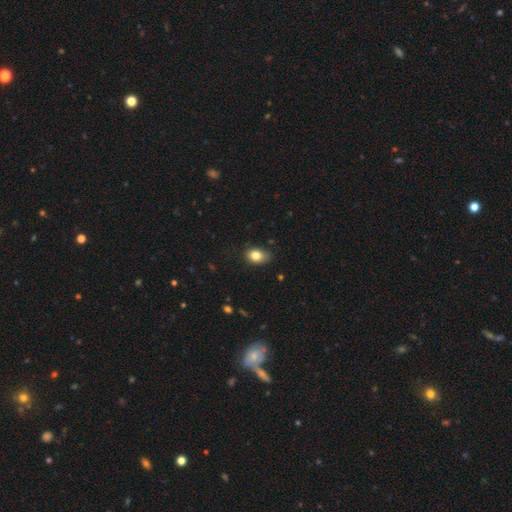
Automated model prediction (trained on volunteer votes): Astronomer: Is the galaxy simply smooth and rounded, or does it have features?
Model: smooth — 82%.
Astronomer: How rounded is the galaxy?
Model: in between — 74%.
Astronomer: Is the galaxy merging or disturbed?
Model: none — 72%.